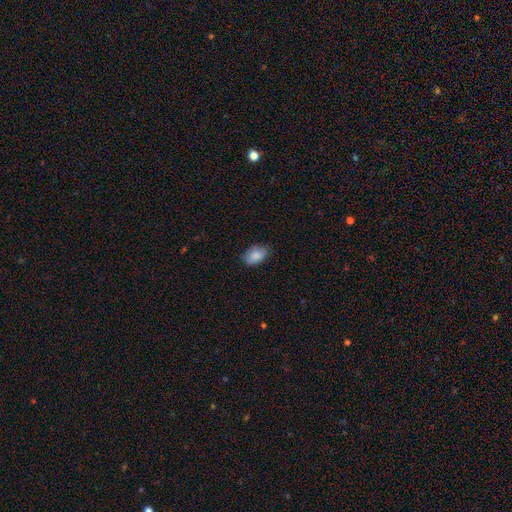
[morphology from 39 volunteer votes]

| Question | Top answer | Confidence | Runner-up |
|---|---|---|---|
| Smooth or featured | smooth | 92% | star or artifact (5%) |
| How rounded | in between | 81% | round (17%) |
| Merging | none | 86% | minor disturbance (14%) |